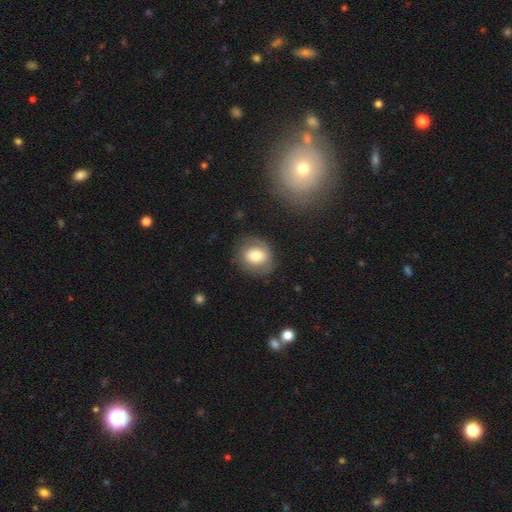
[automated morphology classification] smooth-or-featured: smooth: 60% | featured or disk: 32% | star or artifact: 8%
  how-rounded: round: 70% | in between: 29% | cigar-shaped: 1%
  merging: none: 75% | minor disturbance: 16% | major disturbance: 7% | merger: 2%